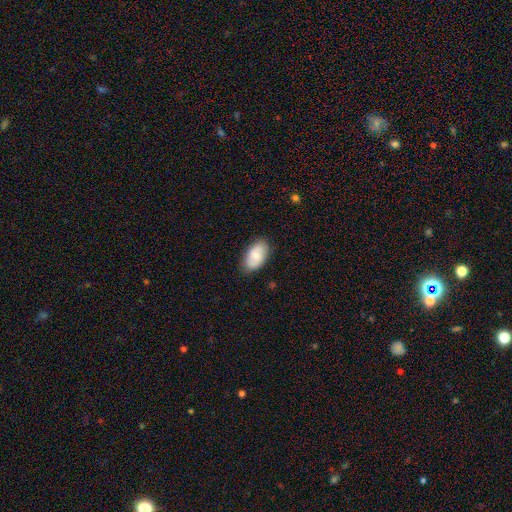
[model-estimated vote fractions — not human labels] Smooth or featured? Predicted: smooth (p=0.72). How rounded? Predicted: in between (p=0.94). Merging? Predicted: none (p=0.84).